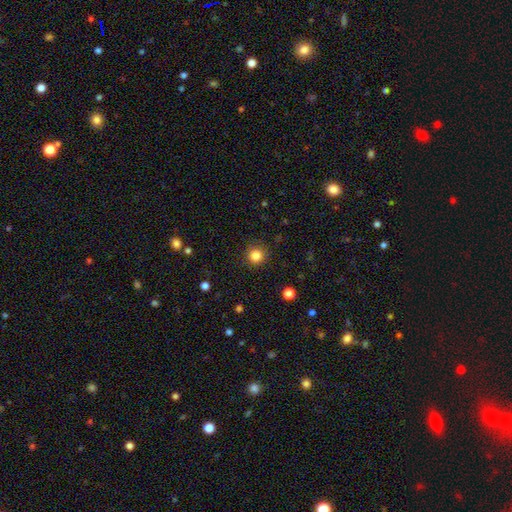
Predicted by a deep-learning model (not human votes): Smooth or featured: smooth — 84% (star or artifact — 12%)
How rounded: round — 94% (in between — 5%)
Merging: none — 90% (minor disturbance — 7%)